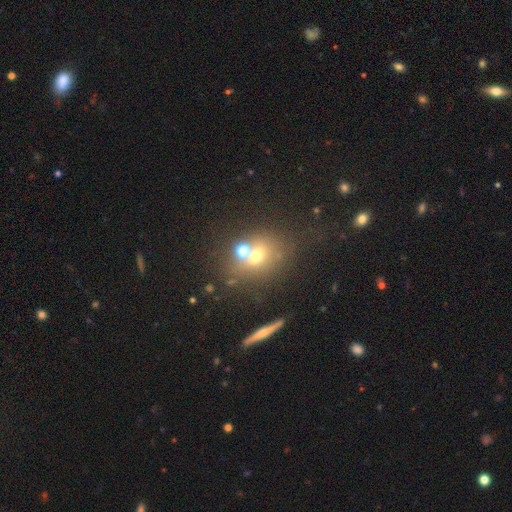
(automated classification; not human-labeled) Overall: smooth (58%; featured or disk 22%). How rounded: round (64%; in between 34%). Merging: none (52%; merger 32%).